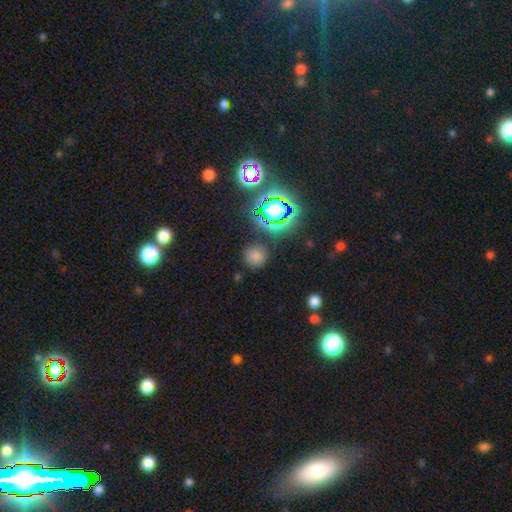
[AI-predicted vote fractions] smooth_or_featured: smooth (p=0.69) [alt: star or artifact p=0.24]
how_rounded: round (p=0.92) [alt: in between p=0.07]
merging: none (p=0.85) [alt: minor disturbance p=0.09]